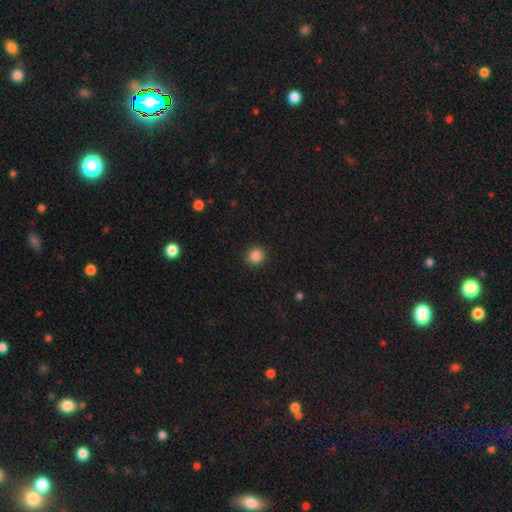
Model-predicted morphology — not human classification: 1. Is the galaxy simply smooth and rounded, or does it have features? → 86% smooth, 10% star or artifact, 4% featured or disk.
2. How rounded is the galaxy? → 91% round, 8% in between, 1% cigar-shaped.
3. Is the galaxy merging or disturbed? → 92% none, 5% minor disturbance, 2% major disturbance, 1% merger.